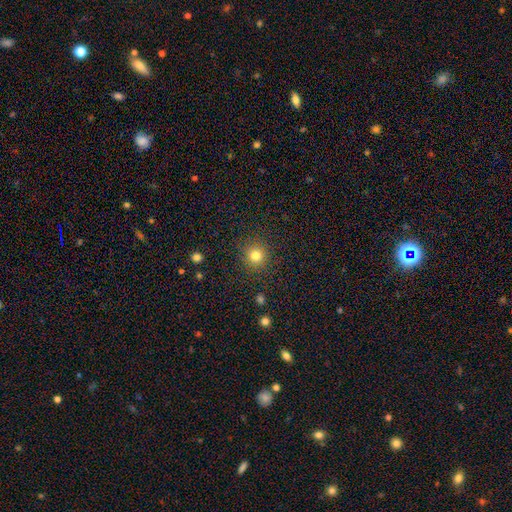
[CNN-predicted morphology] Smooth or featured? Predicted: smooth (p=0.81). How rounded? Predicted: round (p=0.94). Merging? Predicted: none (p=0.90).